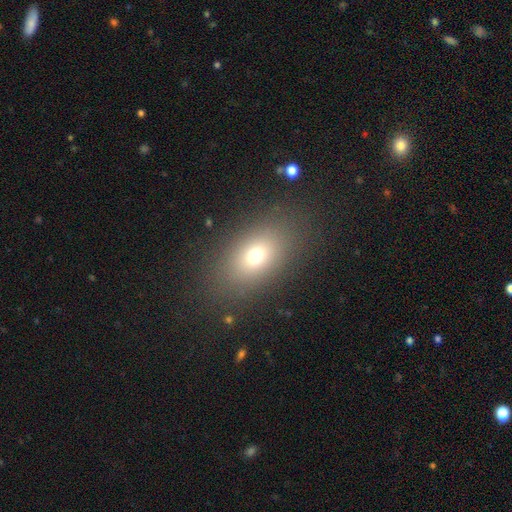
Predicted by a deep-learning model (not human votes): Smooth or featured: smooth — 70% (featured or disk — 15%)
How rounded: in between — 80% (round — 17%)
Merging: none — 83% (minor disturbance — 9%)